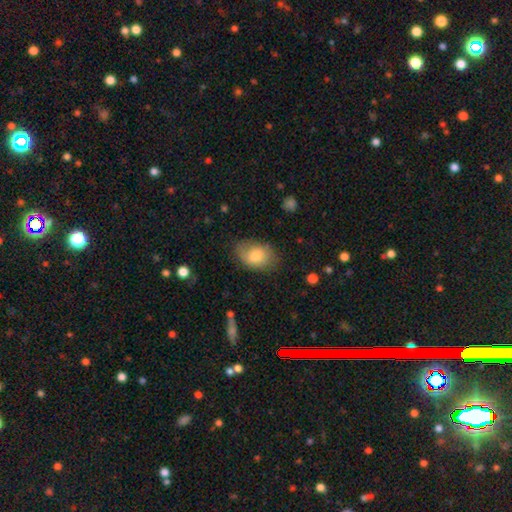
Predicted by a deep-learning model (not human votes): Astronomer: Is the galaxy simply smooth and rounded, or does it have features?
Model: smooth — 76%.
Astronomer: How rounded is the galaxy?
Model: in between — 80%.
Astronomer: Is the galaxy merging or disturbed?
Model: none — 70%.